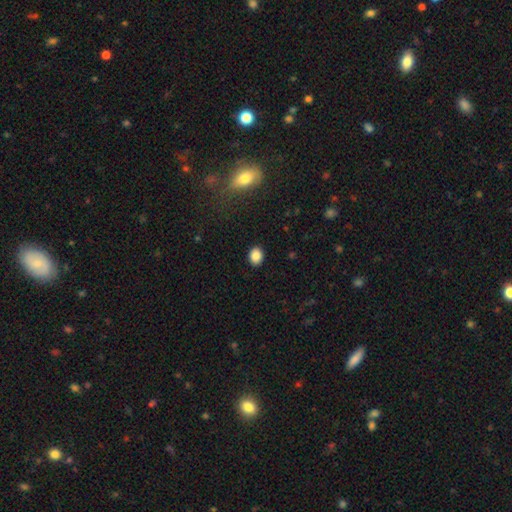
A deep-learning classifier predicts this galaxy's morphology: A smooth galaxy with no disk features (87%) that is in between round and cigar-shaped (50%).

Vote fractions:
- Smooth or featured? smooth: 87% / star or artifact: 9% / featured or disk: 4%
- How rounded? in between: 50% / round: 49% / cigar-shaped: 1%
- Merging? none: 90% / minor disturbance: 7% / major disturbance: 2% / merger: 1%